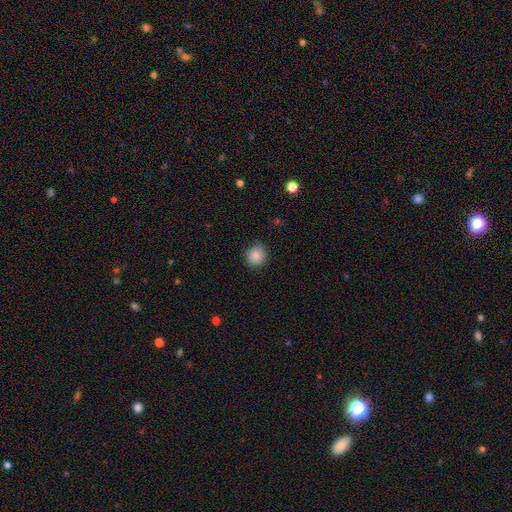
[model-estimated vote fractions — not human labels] Smooth or featured? smooth (85%)
How rounded? round (84%)
Merging? none (82%)